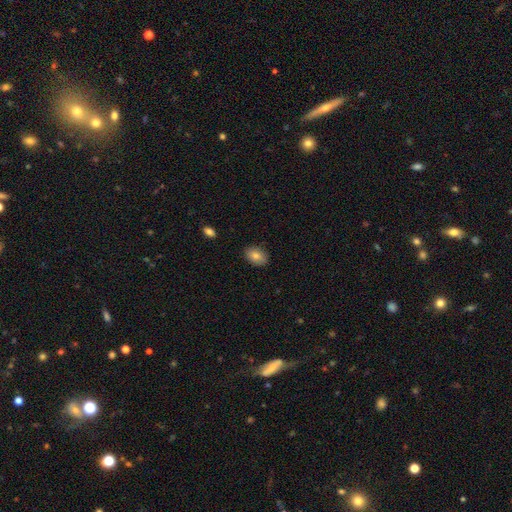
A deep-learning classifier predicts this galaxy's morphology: smooth-or-featured: smooth: 82% | featured or disk: 11% | star or artifact: 8%
  how-rounded: in between: 84% | round: 15% | cigar-shaped: 1%
  merging: none: 87% | minor disturbance: 10% | major disturbance: 2% | merger: 1%